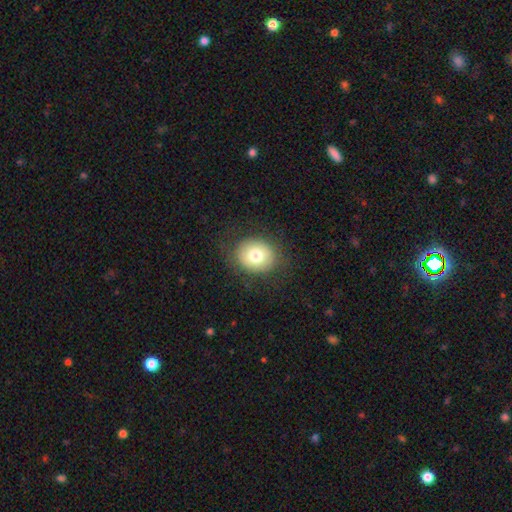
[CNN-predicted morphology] Smooth or featured?
  - smooth: 75% *
  - featured or disk: 15%
  - star or artifact: 9%
How rounded?
  - round: 64% *
  - in between: 35%
  - cigar-shaped: 1%
Merging?
  - none: 83% *
  - minor disturbance: 11%
  - major disturbance: 5%
  - merger: 1%